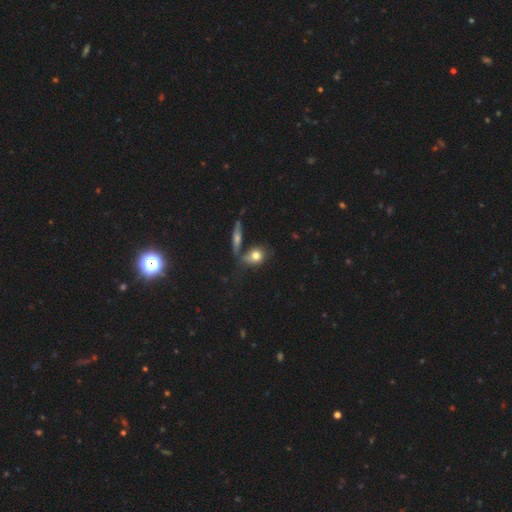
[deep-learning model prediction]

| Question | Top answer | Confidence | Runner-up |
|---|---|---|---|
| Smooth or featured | smooth | 74% | featured or disk (17%) |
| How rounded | round | 52% | in between (42%) |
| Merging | none | 50% | merger (26%) |